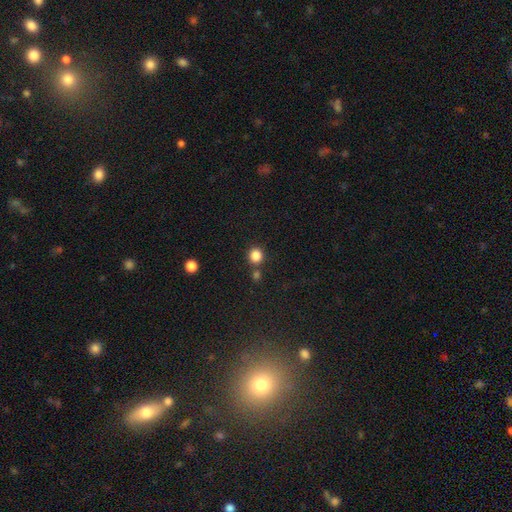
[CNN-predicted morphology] Q: Smooth or featured?
A: smooth (85%); runner-up: star or artifact (11%)
Q: How rounded?
A: round (86%); runner-up: in between (13%)
Q: Merging?
A: none (76%); runner-up: merger (13%)